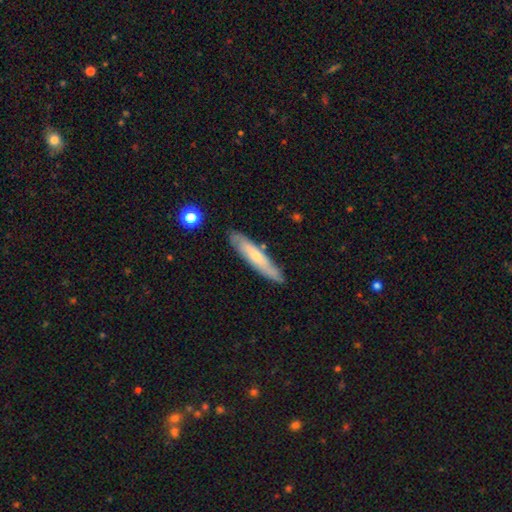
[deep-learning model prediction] The model was most divided on "smooth or featured": smooth: 53%, featured or disk: 41%, star or artifact: 6%. More confident: how rounded — cigar-shaped (86%); merging — none (83%).